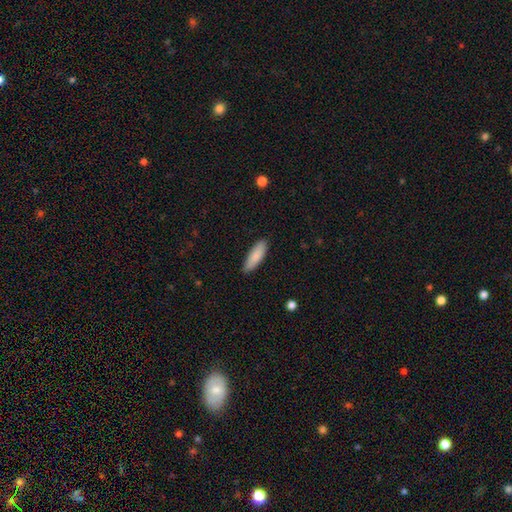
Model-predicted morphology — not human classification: Smooth or featured? Predicted: smooth (p=0.87). How rounded? Predicted: in between (p=0.51). Merging? Predicted: none (p=0.86).